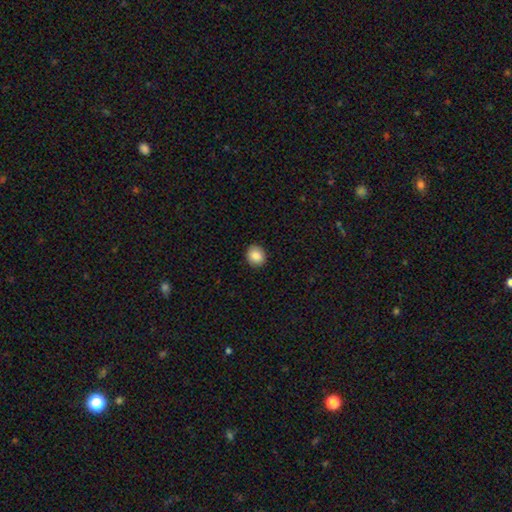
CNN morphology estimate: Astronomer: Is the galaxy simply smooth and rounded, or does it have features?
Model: smooth — 88%.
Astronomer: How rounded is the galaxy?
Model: round — 73%.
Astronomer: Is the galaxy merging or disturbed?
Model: none — 91%.